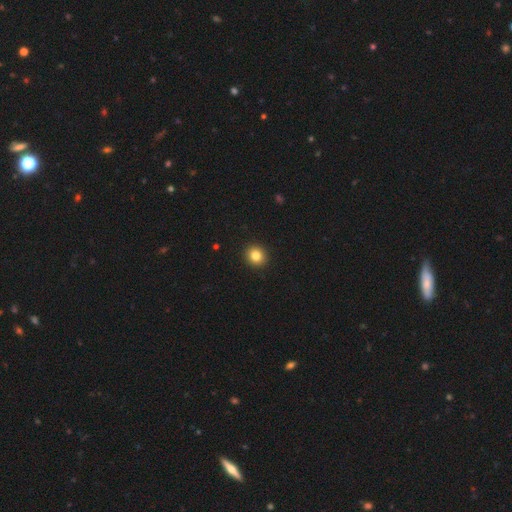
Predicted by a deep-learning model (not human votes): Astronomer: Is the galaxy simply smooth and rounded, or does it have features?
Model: smooth — 83%.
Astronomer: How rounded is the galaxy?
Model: round — 87%.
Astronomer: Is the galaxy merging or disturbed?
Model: none — 93%.